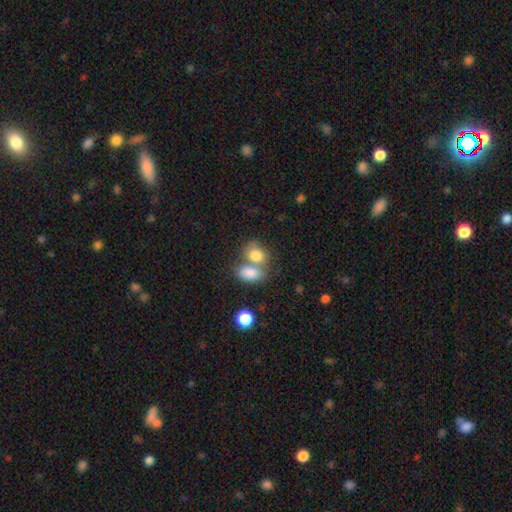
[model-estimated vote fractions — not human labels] Smooth or featured? smooth (80%)
How rounded? in between (60%)
Merging? merger (58%)